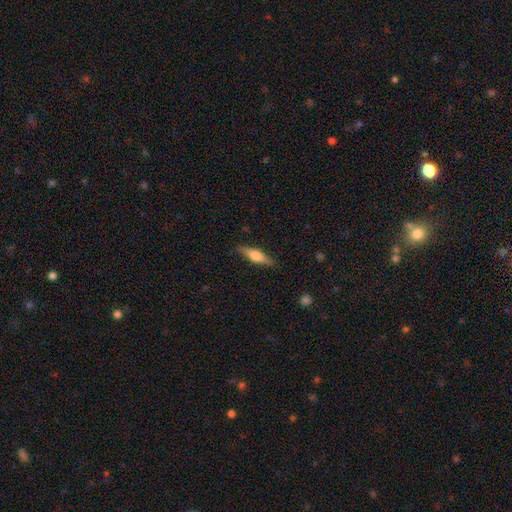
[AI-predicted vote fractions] A smooth galaxy with no disk features (47%). Merging: none (87%).